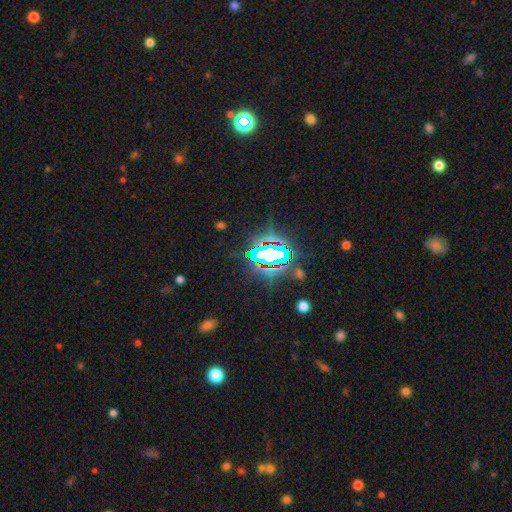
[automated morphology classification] Smooth or featured?
  - star or artifact: 74% *
  - smooth: 15%
  - featured or disk: 10%